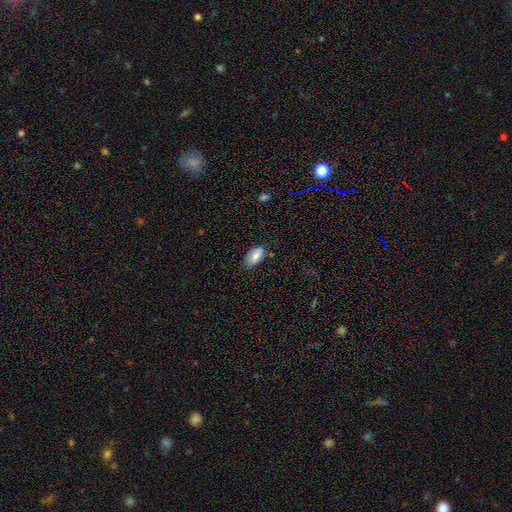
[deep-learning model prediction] Smooth or featured?
  - smooth: 81% *
  - featured or disk: 12%
  - star or artifact: 7%
How rounded?
  - in between: 94% *
  - round: 3%
  - cigar-shaped: 3%
Merging?
  - none: 70% *
  - minor disturbance: 24%
  - major disturbance: 4%
  - merger: 2%